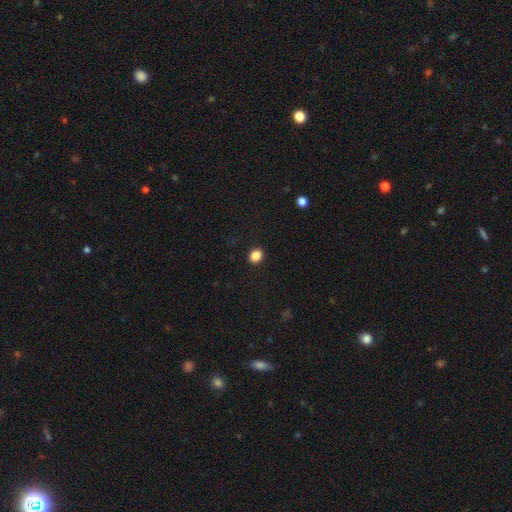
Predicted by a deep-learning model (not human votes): Smooth or featured? Predicted: smooth (p=0.87). How rounded? Predicted: round (p=0.61). Merging? Predicted: none (p=0.91).